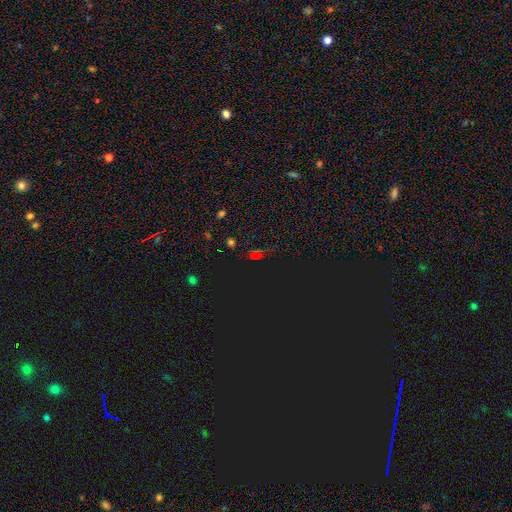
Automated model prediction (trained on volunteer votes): Smooth or featured: star or artifact — 60% (smooth — 32%)